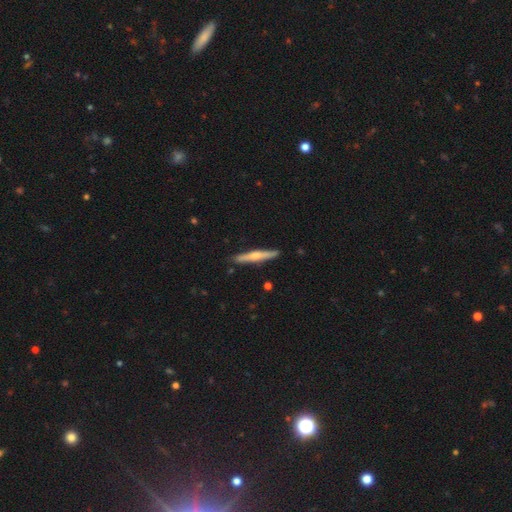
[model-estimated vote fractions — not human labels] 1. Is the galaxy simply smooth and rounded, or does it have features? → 53% featured or disk, 42% smooth, 5% star or artifact.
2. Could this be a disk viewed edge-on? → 96% yes, 4% no.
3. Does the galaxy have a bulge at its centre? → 78% rounded, 15% none, 7% boxy.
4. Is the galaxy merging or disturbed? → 89% none, 8% minor disturbance, 1% major disturbance, 1% merger.